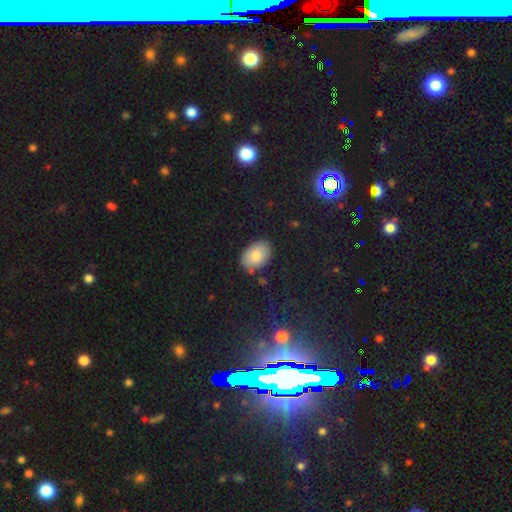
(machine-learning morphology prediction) This is clearly a smooth galaxy (80%). How rounded: clearly in between (82%). Merging: clearly none (83%).